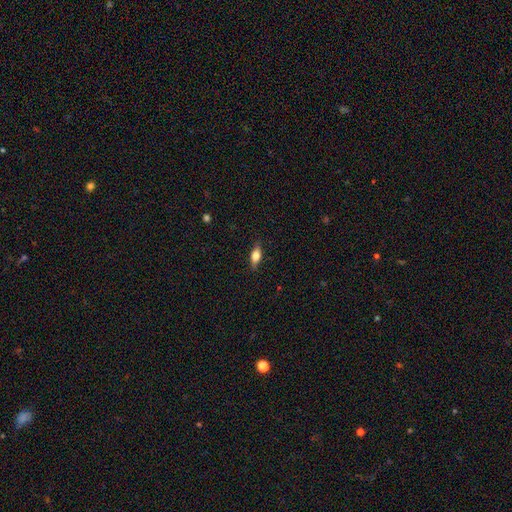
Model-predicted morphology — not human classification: Smooth or featured? smooth (62%)
How rounded? in between (69%)
Merging? none (86%)